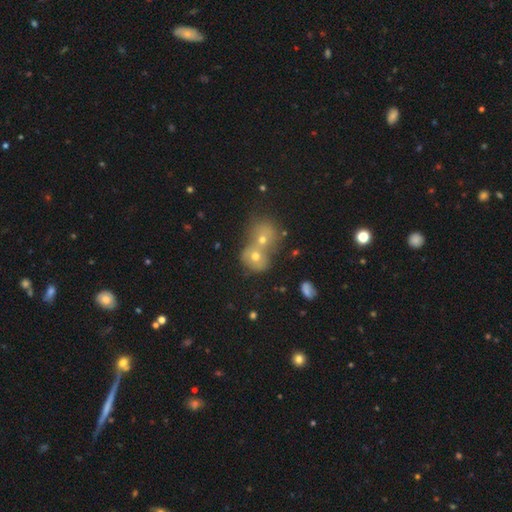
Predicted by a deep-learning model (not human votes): The model was most divided on "smooth or featured": smooth: 52%, featured or disk: 25%, star or artifact: 23%. More confident: how rounded — round (69%); merging — merger (67%).